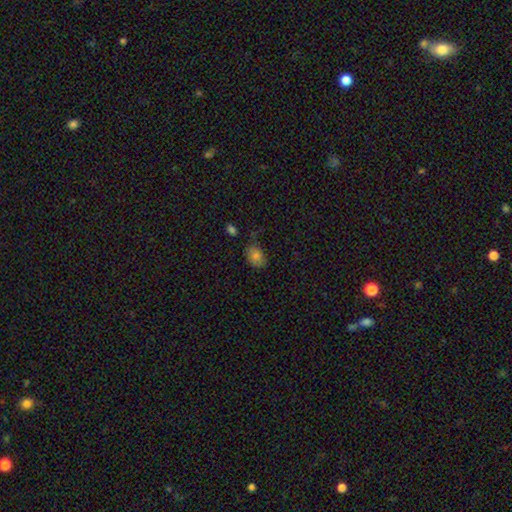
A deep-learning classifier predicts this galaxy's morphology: This is likely a smooth galaxy (80%). How rounded: likely in between (75%). Merging: likely none (64%).